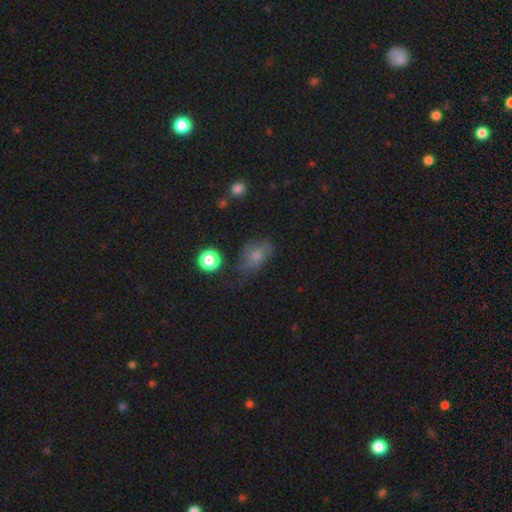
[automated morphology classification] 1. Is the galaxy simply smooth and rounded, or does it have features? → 61% smooth, 25% featured or disk, 13% star or artifact.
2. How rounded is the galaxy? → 77% in between, 20% round, 2% cigar-shaped.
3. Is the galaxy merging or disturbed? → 43% none, 33% minor disturbance, 21% major disturbance, 3% merger.